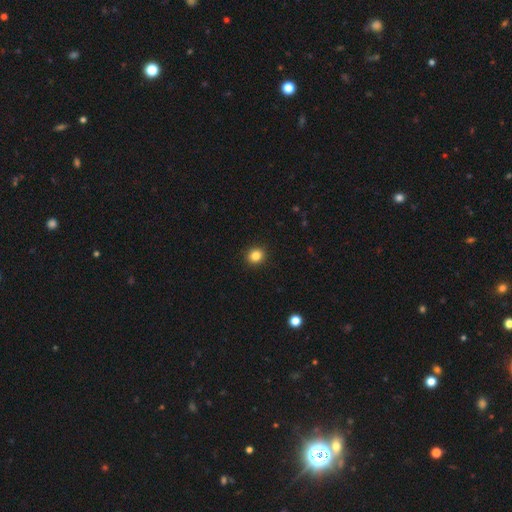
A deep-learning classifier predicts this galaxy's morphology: smooth_or_featured: smooth (p=0.85) [alt: star or artifact p=0.11]
how_rounded: round (p=0.85) [alt: in between p=0.14]
merging: none (p=0.92) [alt: minor disturbance p=0.05]